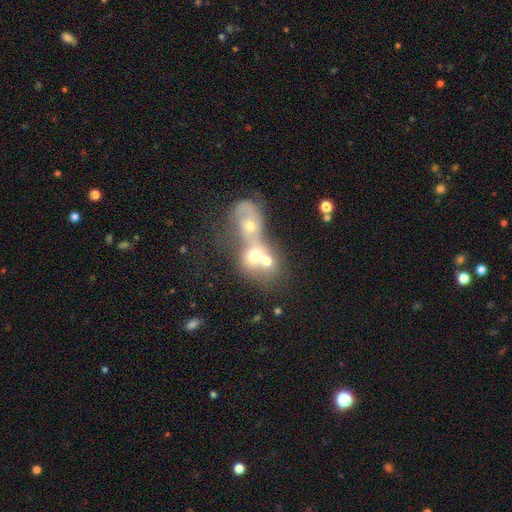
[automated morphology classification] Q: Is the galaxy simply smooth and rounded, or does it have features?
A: smooth — 51%.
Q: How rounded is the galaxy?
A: round — 61%.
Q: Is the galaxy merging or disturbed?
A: merger — 74%.